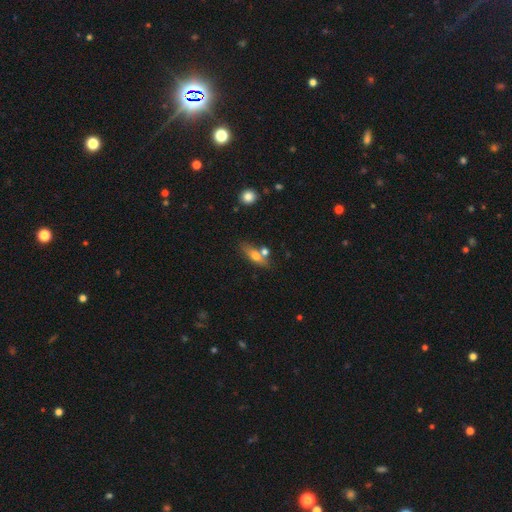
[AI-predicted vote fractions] This appears to be a smooth galaxy with no disk features (60%) that is in between round and cigar-shaped (56%). Merging: none (60%).